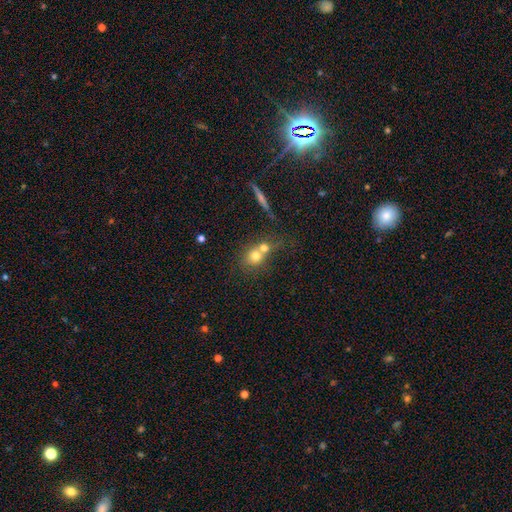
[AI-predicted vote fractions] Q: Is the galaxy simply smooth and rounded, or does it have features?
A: smooth — 69%.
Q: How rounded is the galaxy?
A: round — 74%.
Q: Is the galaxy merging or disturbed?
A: merger — 58%.